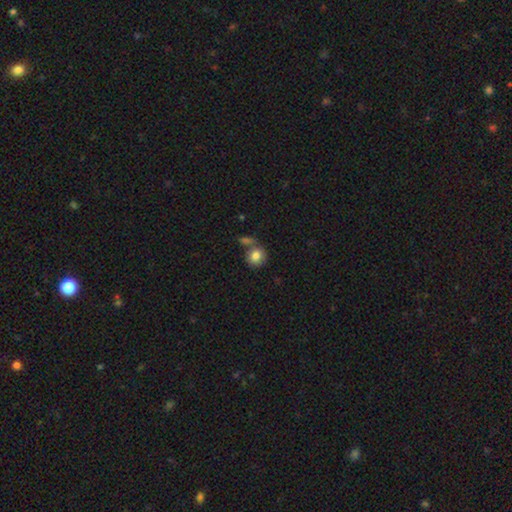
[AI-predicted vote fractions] Smooth or featured? Predicted: smooth (p=0.81). How rounded? Predicted: round (p=0.83). Merging? Predicted: none (p=0.59).